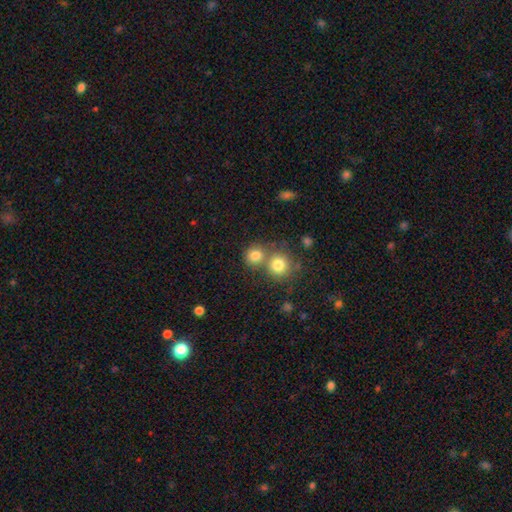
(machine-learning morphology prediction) Overall: smooth (80%). How rounded: round (83%). Merging: none (49%; merger 41%).